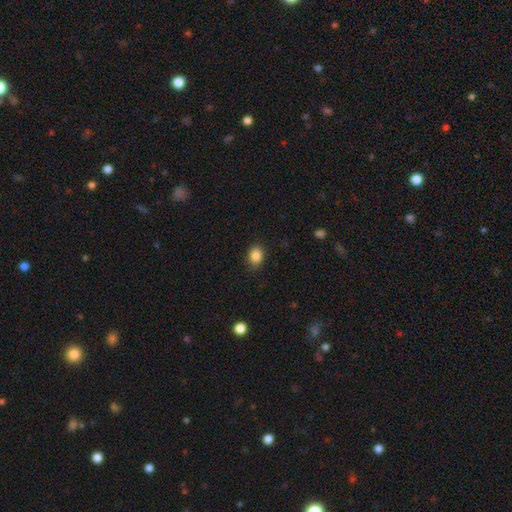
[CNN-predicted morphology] Smooth or featured? Predicted: smooth (p=0.86). How rounded? Predicted: in between (p=0.52). Merging? Predicted: none (p=0.87).